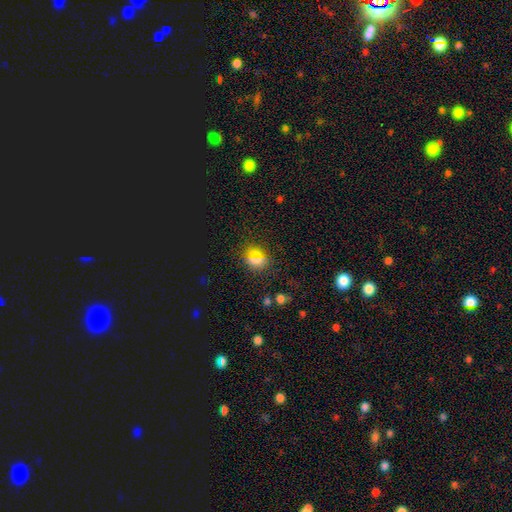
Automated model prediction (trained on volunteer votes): Overall: smooth (67%). How rounded: round (68%; in between 29%). Merging: none (83%).